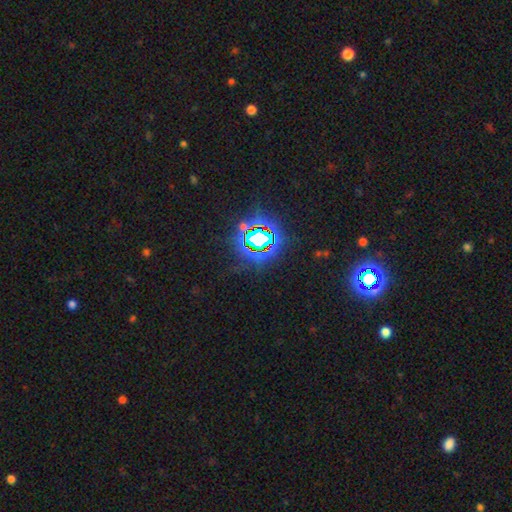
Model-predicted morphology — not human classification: Overall: star or artifact (82%).